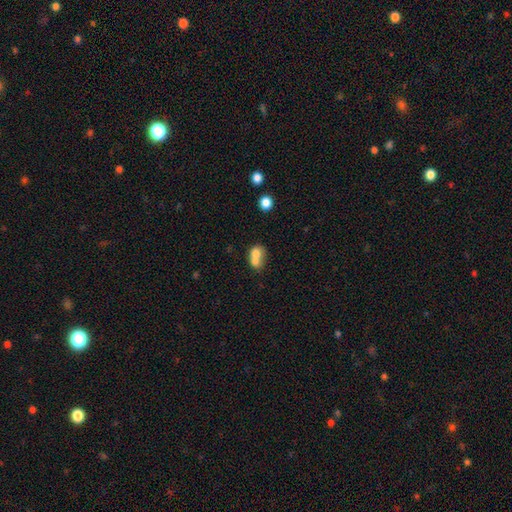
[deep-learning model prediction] Overall: smooth (69%). How rounded: in between (52%; round 47%). Merging: merger (69%).